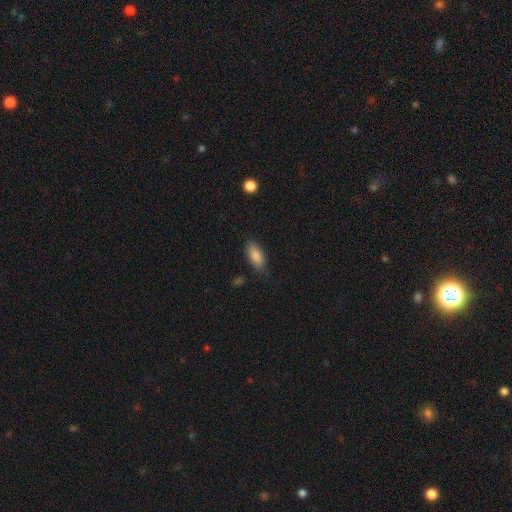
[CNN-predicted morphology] Smooth or featured? smooth (86%)
How rounded? in between (85%)
Merging? none (81%)